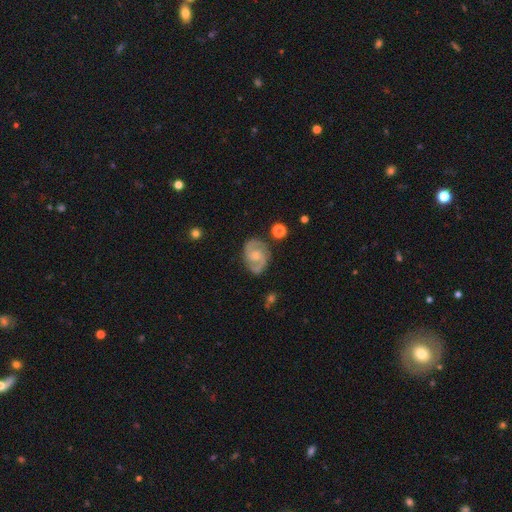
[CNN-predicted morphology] A featured or disk galaxy (88%) with no bar (56%), 2 (93%) medium (53%) spiral arms (97%) and a small central bulge (43%).

Vote fractions:
- Smooth or featured? featured or disk: 88% / smooth: 7% / star or artifact: 5%
- Edge-on disk? no: 98% / yes: 2%
- Bar? no: 56% / weak: 37% / strong: 7%
- Spiral arms? yes: 97% / no: 3%
- Spiral winding? medium: 53% / tight: 37% / loose: 10%
- Spiral arm count? 2: 93% / can't tell: 3% / 3: 2% / 1: 1% / 4: 1% / more than 4: 1%
- Bulge size? small: 43% / moderate: 41% / none: 12% / large: 3% / dominant: 1%
- Merging? none: 83% / minor disturbance: 12% / major disturbance: 3% / merger: 2%